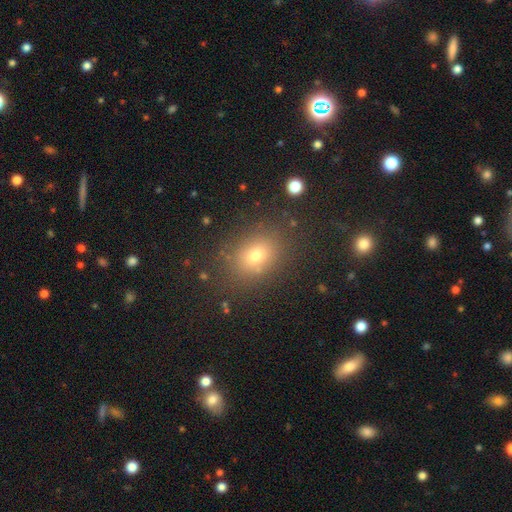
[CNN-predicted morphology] Smooth or featured: smooth — 66% (star or artifact — 24%)
How rounded: in between — 51% (round — 47%)
Merging: none — 86% (minor disturbance — 9%)